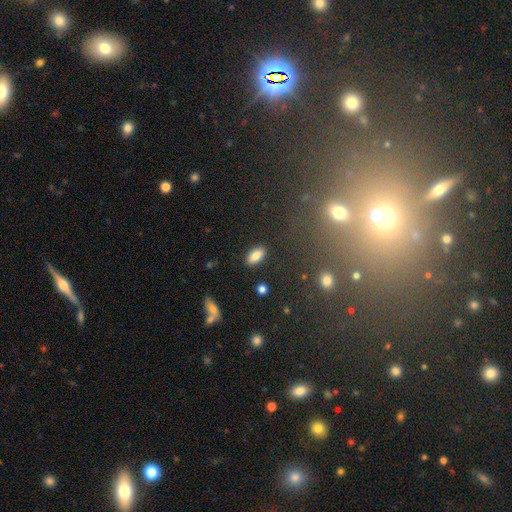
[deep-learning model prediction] Overall: smooth (84%). How rounded: in between (90%). Merging: none (88%).